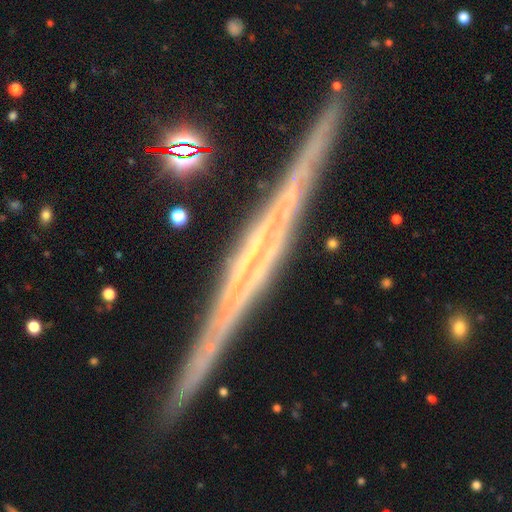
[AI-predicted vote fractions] featured or disk 82%, star or artifact 9%, smooth 8%. Down the decision tree: edge-on disk — yes (98%); edge-on bulge — none (50%); merging — none (90%).